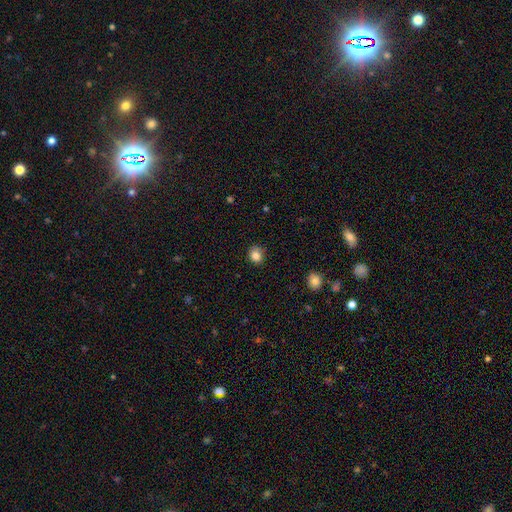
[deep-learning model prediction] Smooth or featured?
  - smooth: 84% *
  - star or artifact: 11%
  - featured or disk: 5%
How rounded?
  - round: 74% *
  - in between: 25%
  - cigar-shaped: 1%
Merging?
  - none: 85% *
  - minor disturbance: 11%
  - major disturbance: 2%
  - merger: 1%